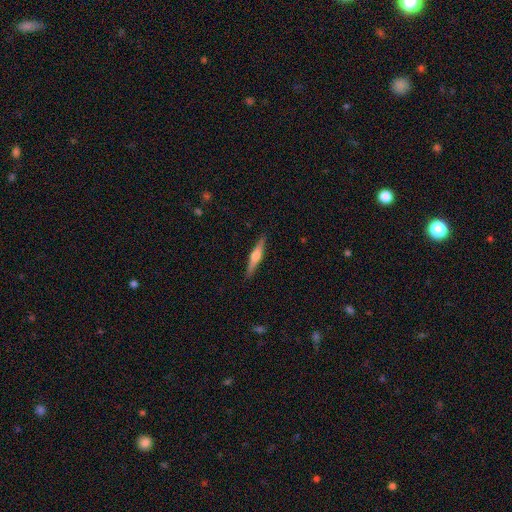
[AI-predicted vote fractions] A featured or disk galaxy (63%) viewed edge-on (98%) with a rounded central bulge (85%). Merging: none (90%).